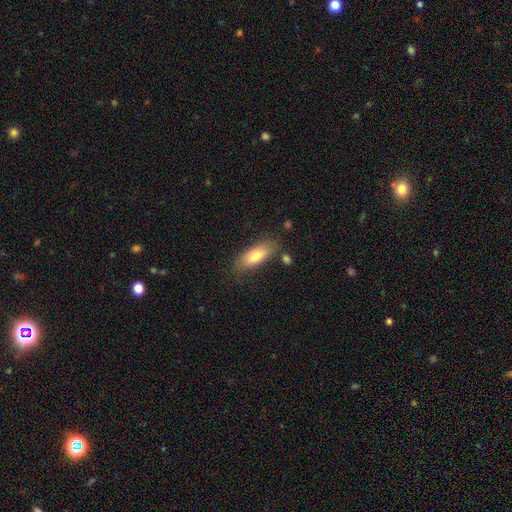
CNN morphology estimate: A smooth galaxy with no disk features (75%) that is in between round and cigar-shaped (71%).

Vote fractions:
- Smooth or featured? smooth: 75% / featured or disk: 18% / star or artifact: 7%
- How rounded? in between: 71% / cigar-shaped: 26% / round: 2%
- Merging? none: 79% / minor disturbance: 14% / merger: 4% / major disturbance: 4%